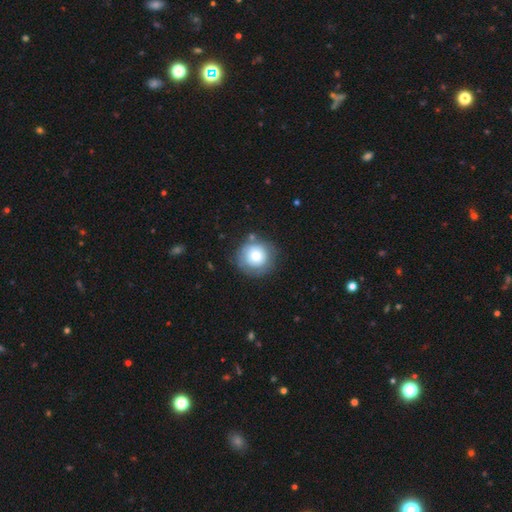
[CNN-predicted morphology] A smooth galaxy with no disk features (68%) that is round (94%).

Vote fractions:
- Smooth or featured? smooth: 68% / featured or disk: 23% / star or artifact: 9%
- How rounded? round: 94% / in between: 5% / cigar-shaped: 1%
- Merging? none: 77% / minor disturbance: 14% / major disturbance: 5% / merger: 3%